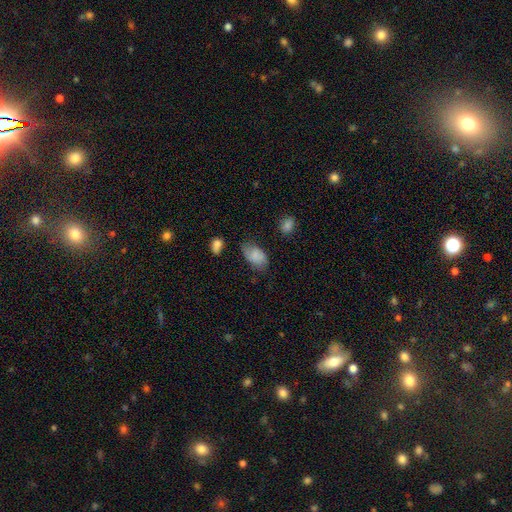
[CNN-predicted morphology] A smooth galaxy with no disk features (79%) that is in between round and cigar-shaped (91%).

Vote fractions:
- Smooth or featured? smooth: 79% / featured or disk: 13% / star or artifact: 8%
- How rounded? in between: 91% / round: 7% / cigar-shaped: 1%
- Merging? none: 62% / minor disturbance: 27% / major disturbance: 7% / merger: 4%